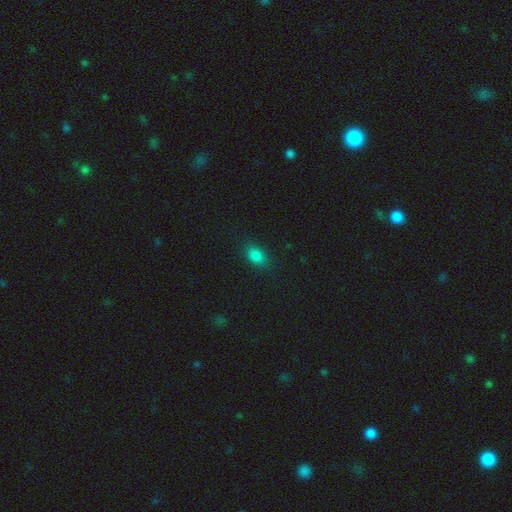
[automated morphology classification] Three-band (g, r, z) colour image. It shows a smooth galaxy with no disk features (82%) that is in between round and cigar-shaped (80%). Merging: none (84%).